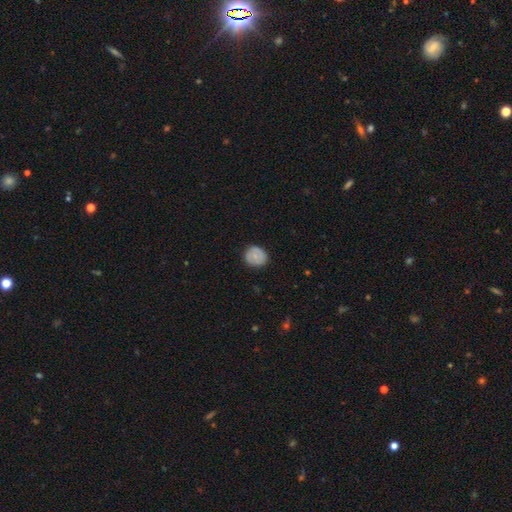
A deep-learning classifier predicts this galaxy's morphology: Smooth or featured? smooth (67%)
How rounded? round (83%)
Merging? none (84%)